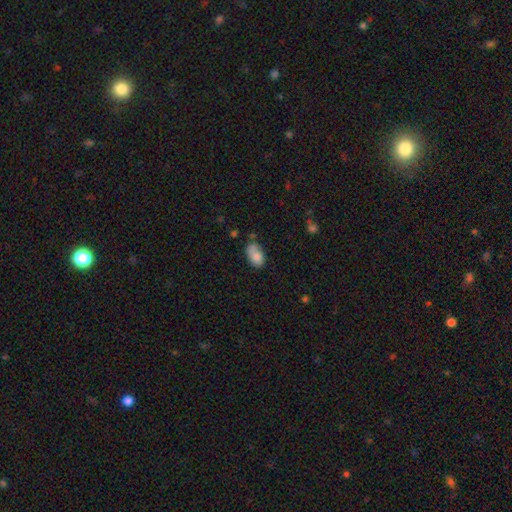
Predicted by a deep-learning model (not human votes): Overall: smooth (82%). How rounded: in between (92%). Merging: none (58%; minor disturbance 29%).